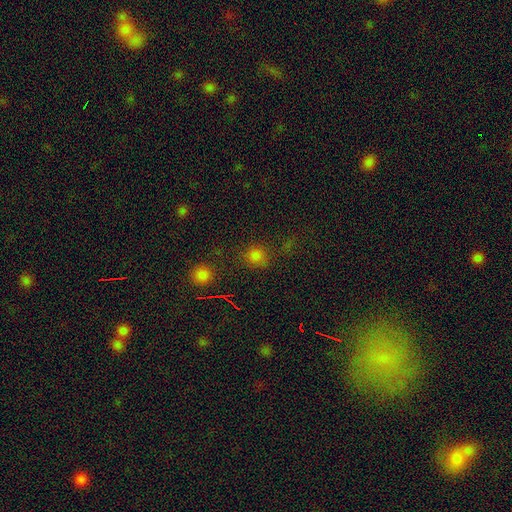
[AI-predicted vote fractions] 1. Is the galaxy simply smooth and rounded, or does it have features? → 70% smooth, 24% star or artifact, 6% featured or disk.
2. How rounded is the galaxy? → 84% round, 15% in between, 2% cigar-shaped.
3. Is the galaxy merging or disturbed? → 69% none, 14% minor disturbance, 9% major disturbance, 8% merger.